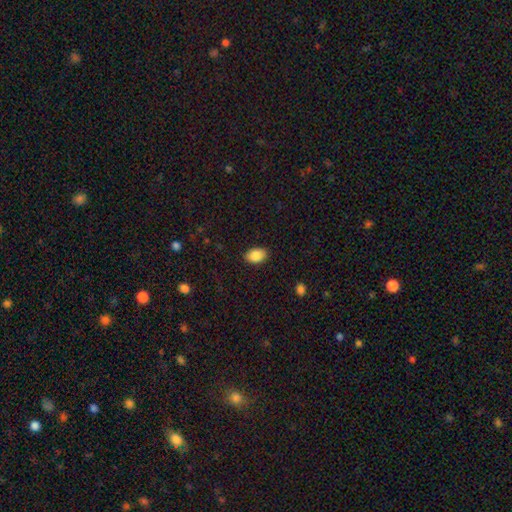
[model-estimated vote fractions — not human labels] smooth 87%, star or artifact 7%, featured or disk 6%. Down the decision tree: how rounded — in between (87%); merging — none (87%).